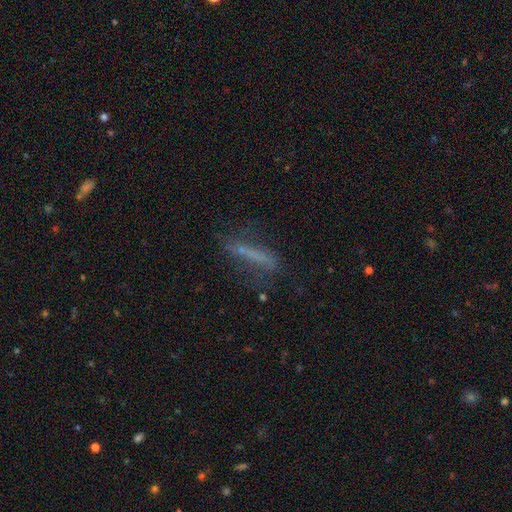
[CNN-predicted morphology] Smooth or featured: smooth — 47% (featured or disk — 39%)
Merging: none — 64% (minor disturbance — 20%)